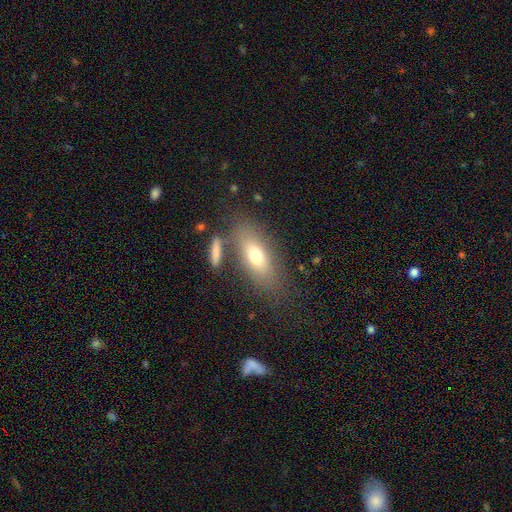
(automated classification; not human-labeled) Smooth or featured: smooth — 68% (featured or disk — 22%)
How rounded: in between — 75% (cigar-shaped — 18%)
Merging: none — 71% (minor disturbance — 13%)